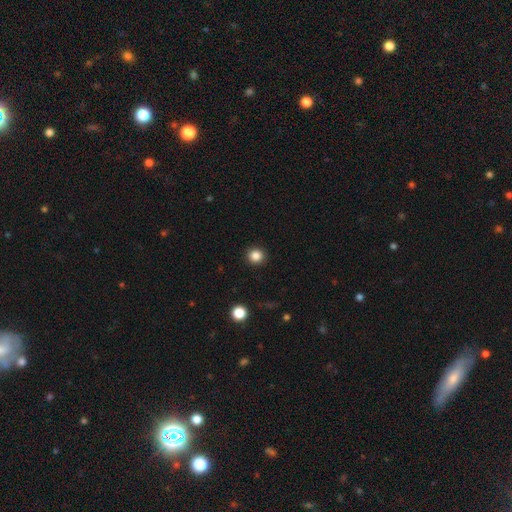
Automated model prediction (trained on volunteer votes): smooth_or_featured: smooth (p=0.85) [alt: star or artifact p=0.11]
how_rounded: round (p=0.89) [alt: in between p=0.10]
merging: none (p=0.92) [alt: minor disturbance p=0.05]